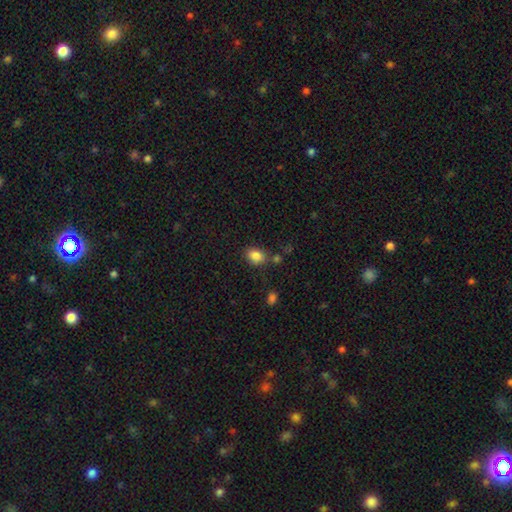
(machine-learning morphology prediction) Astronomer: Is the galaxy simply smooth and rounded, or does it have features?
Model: smooth — 85%.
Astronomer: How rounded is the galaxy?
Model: in between — 66%.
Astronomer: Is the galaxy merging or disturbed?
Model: none — 74%.